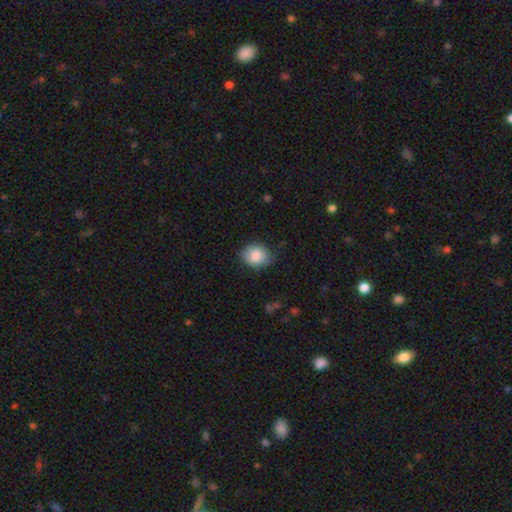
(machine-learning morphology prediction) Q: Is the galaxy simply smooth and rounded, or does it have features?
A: smooth — 86%.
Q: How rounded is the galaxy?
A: in between — 51%.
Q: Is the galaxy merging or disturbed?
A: none — 73%.